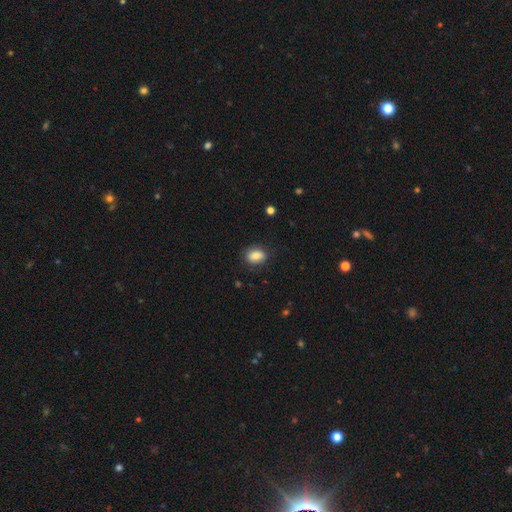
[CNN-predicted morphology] Q: Smooth or featured?
A: smooth (84%); runner-up: star or artifact (8%)
Q: How rounded?
A: in between (69%); runner-up: round (30%)
Q: Merging?
A: none (82%); runner-up: minor disturbance (14%)